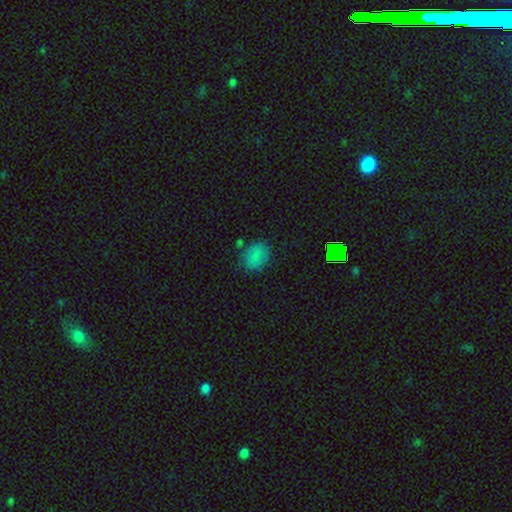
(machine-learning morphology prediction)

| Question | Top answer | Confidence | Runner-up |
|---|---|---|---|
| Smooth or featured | smooth | 78% | star or artifact (15%) |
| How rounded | in between | 53% | round (45%) |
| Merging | none | 73% | minor disturbance (18%) |